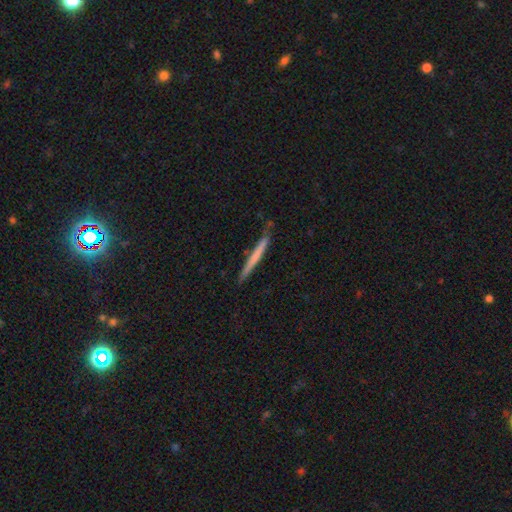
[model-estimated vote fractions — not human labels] A smooth galaxy with no disk features (61%) that is cigar-shaped (97%).

Vote fractions:
- Smooth or featured? smooth: 61% / featured or disk: 34% / star or artifact: 5%
- How rounded? cigar-shaped: 97% / in between: 2% / round: 1%
- Merging? none: 83% / minor disturbance: 13% / merger: 2% / major disturbance: 2%